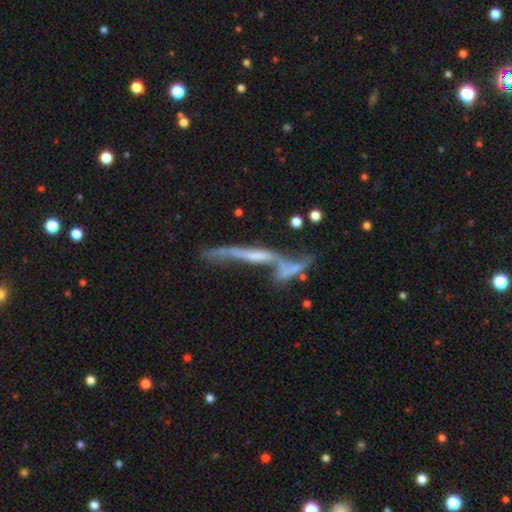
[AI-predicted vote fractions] Q: Smooth or featured?
A: featured or disk (64%); runner-up: smooth (25%)
Q: Edge-on disk?
A: yes (59%); runner-up: no (41%)
Q: Merging?
A: merger (47%); runner-up: none (22%)